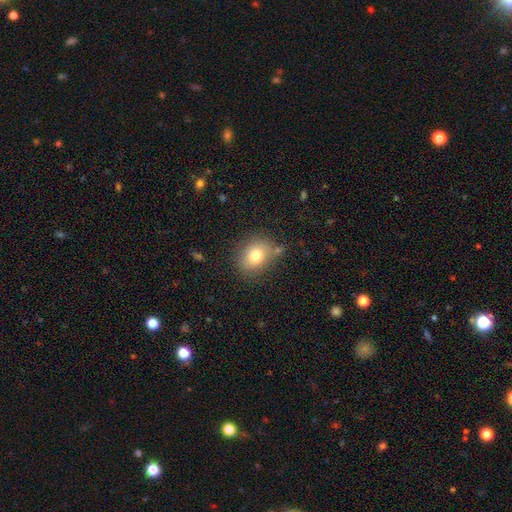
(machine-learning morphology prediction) This appears to be a smooth galaxy with no disk features (78%) that is round (58%). Merging: none (75%).